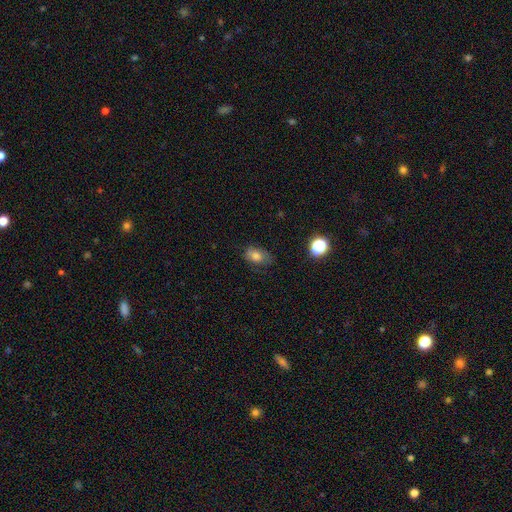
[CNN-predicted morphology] smooth_or_featured: smooth (p=0.77) [alt: featured or disk p=0.12]
how_rounded: in between (p=0.83) [alt: round p=0.15]
merging: none (p=0.66) [alt: minor disturbance p=0.25]